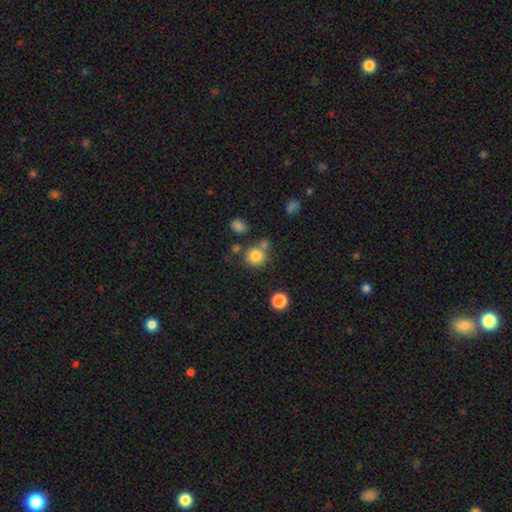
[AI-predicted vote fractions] This is clearly a smooth galaxy (81%). How rounded: clearly round (88%). Merging: likely none (66%).